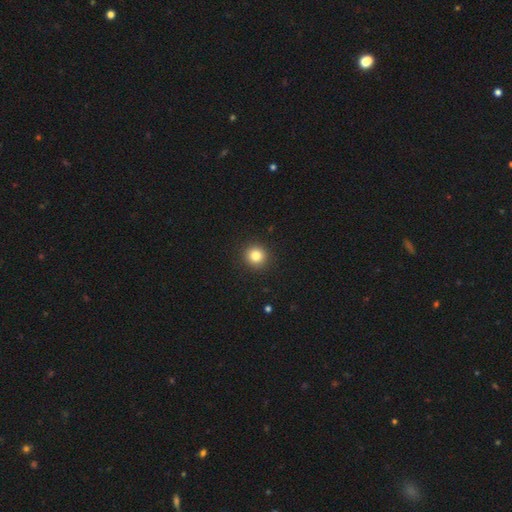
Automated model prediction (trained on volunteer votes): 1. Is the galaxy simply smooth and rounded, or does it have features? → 83% smooth, 11% star or artifact, 6% featured or disk.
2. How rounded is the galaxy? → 94% round, 5% in between, 1% cigar-shaped.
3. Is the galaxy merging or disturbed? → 93% none, 5% minor disturbance, 2% major disturbance, 1% merger.